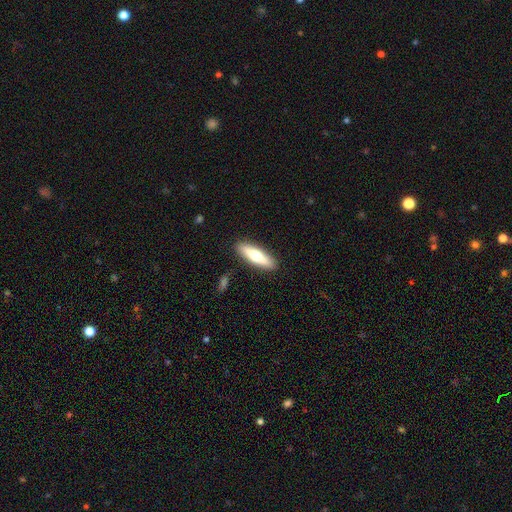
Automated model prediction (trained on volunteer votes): A smooth galaxy with no disk features (57%) that is cigar-shaped (61%). Merging: none (89%).